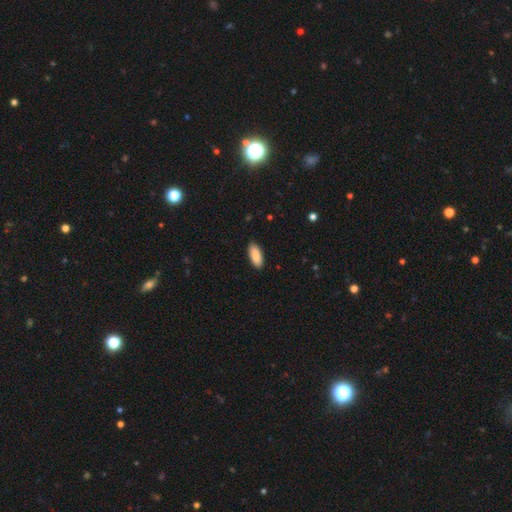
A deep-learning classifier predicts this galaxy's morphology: Smooth or featured: smooth — 90% (star or artifact — 6%)
How rounded: in between — 85% (cigar-shaped — 13%)
Merging: none — 89% (minor disturbance — 8%)